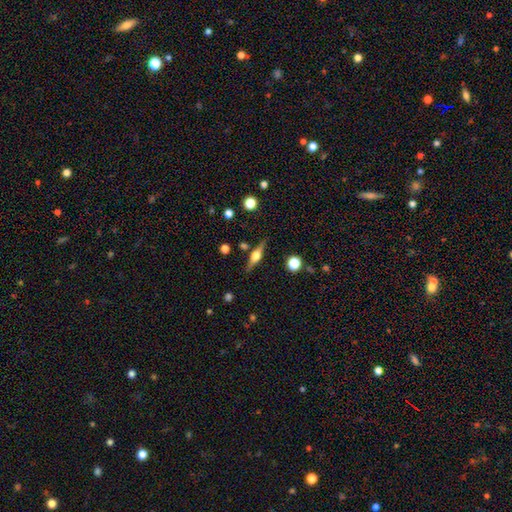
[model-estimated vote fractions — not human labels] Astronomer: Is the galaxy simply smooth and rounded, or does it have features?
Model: featured or disk — 68%.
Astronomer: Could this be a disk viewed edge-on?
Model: yes — 96%.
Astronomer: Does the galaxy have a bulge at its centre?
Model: rounded — 90%.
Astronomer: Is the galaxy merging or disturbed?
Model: none — 85%.